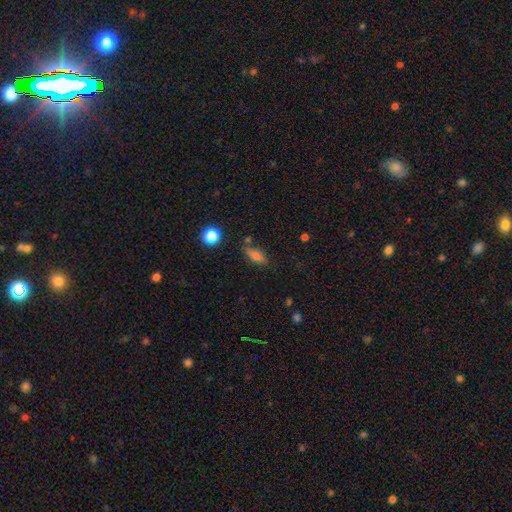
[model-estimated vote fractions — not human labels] Smooth or featured? smooth (74%)
How rounded? in between (70%)
Merging? none (73%)